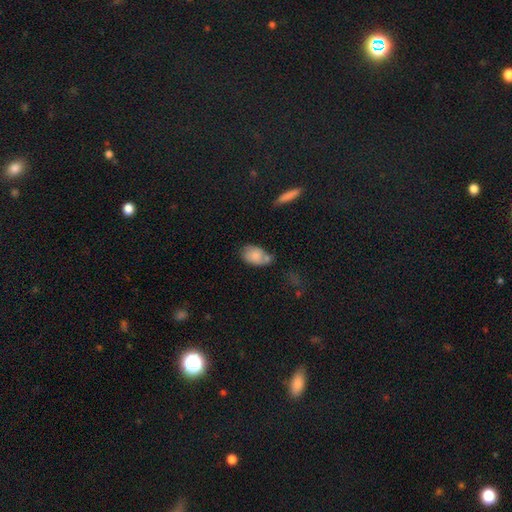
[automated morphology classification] Smooth or featured? smooth (78%)
How rounded? in between (87%)
Merging? none (42%)